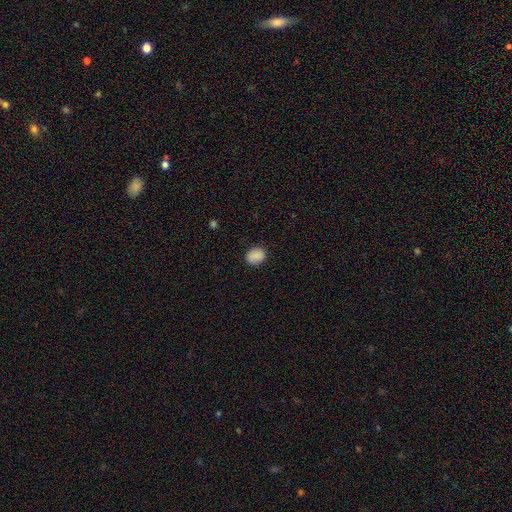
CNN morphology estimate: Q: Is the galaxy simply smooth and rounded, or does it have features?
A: smooth — 88%.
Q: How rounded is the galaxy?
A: in between — 54%.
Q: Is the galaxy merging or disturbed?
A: none — 87%.